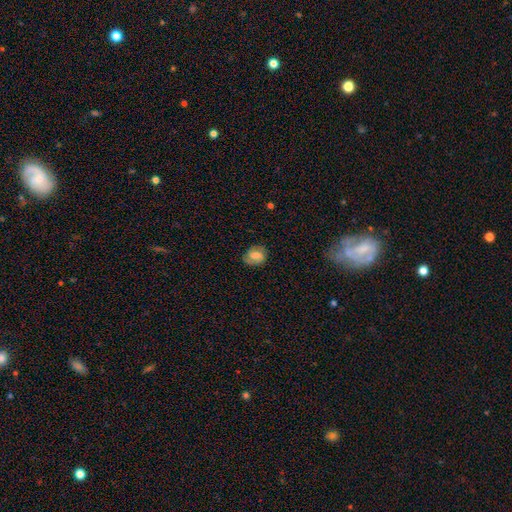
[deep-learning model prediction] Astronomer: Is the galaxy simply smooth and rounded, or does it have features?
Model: smooth — 54% (runner-up: featured or disk, 37%).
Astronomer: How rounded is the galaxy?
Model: in between — 51% (runner-up: round, 47%).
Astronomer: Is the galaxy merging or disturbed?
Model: none — 76%.